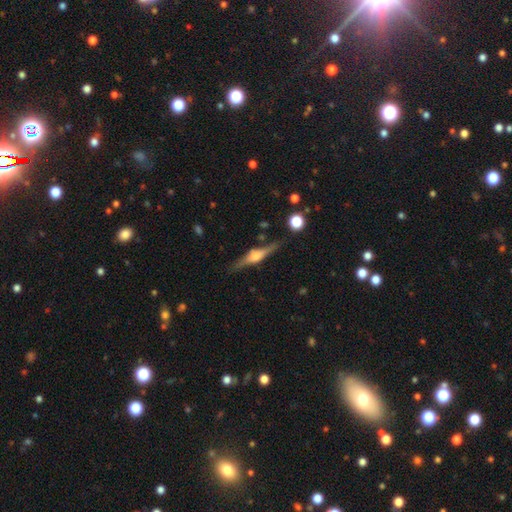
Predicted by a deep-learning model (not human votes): featured or disk 76%, smooth 17%, star or artifact 6%. Down the decision tree: edge-on disk — yes (97%); edge-on bulge — rounded (85%); merging — none (85%).